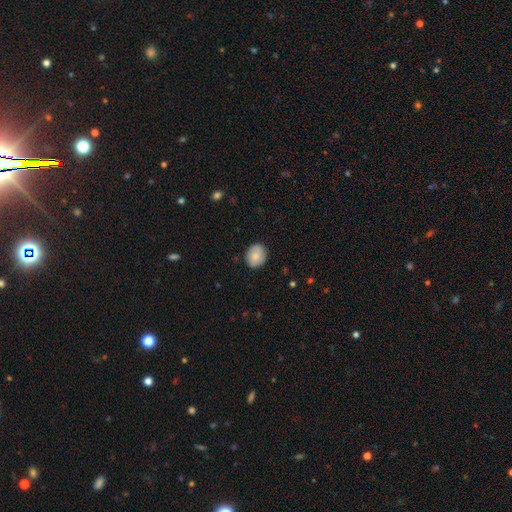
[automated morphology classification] A smooth galaxy with no disk features (73%) that is round (65%).

Vote fractions:
- Smooth or featured? smooth: 73% / featured or disk: 20% / star or artifact: 7%
- How rounded? round: 65% / in between: 34% / cigar-shaped: 1%
- Merging? none: 84% / minor disturbance: 12% / major disturbance: 3% / merger: 1%